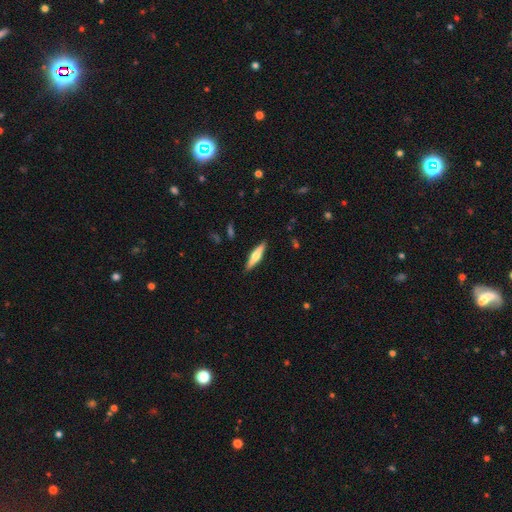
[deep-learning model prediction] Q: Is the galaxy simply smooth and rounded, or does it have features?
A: featured or disk — 52%.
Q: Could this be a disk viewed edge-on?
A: yes — 95%.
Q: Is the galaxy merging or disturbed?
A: none — 90%.